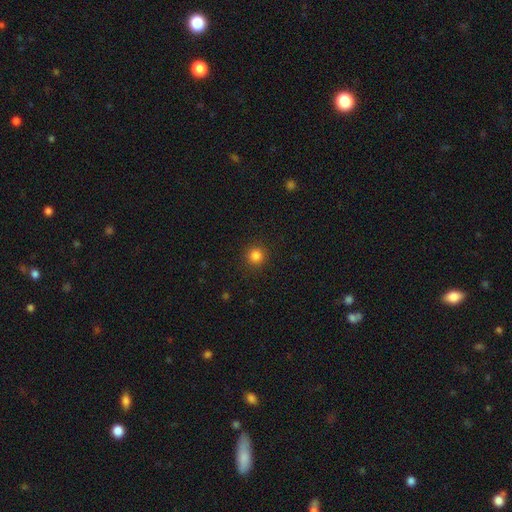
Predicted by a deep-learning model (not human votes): Smooth or featured? smooth (84%)
How rounded? round (95%)
Merging? none (92%)